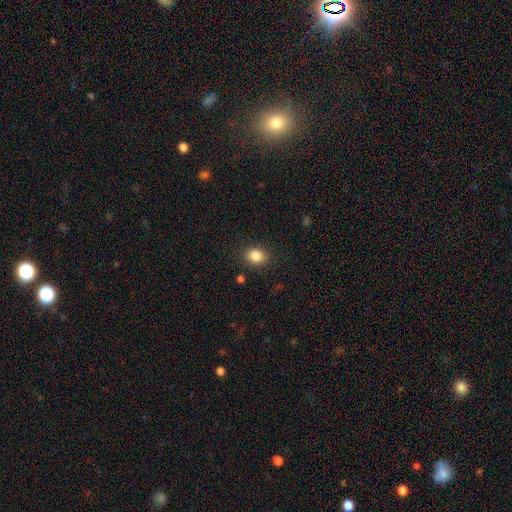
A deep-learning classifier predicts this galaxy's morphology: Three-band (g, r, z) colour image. It shows a smooth galaxy with no disk features (85%) that is round (59%). Merging: none (87%).